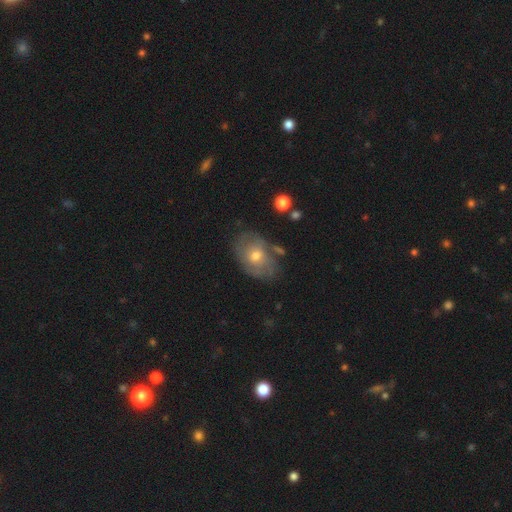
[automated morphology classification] A featured or disk galaxy (53%).

Vote fractions:
- Smooth or featured? featured or disk: 53% / smooth: 39% / star or artifact: 8%
- Edge-on disk? no: 94% / yes: 6%
- Merging? none: 63% / minor disturbance: 23% / major disturbance: 8% / merger: 6%